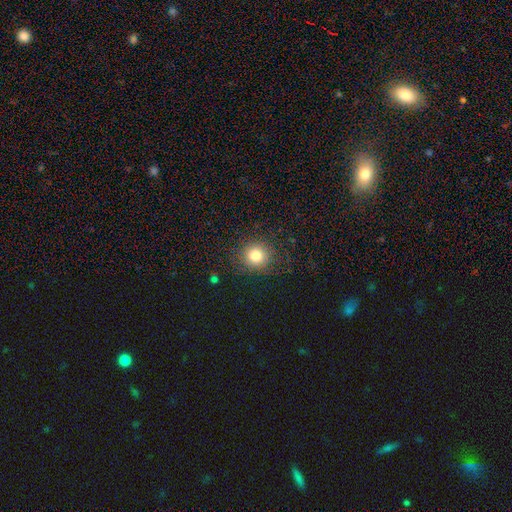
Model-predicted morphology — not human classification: This is clearly a smooth galaxy (80%). How rounded: clearly round (88%). Merging: clearly none (87%).